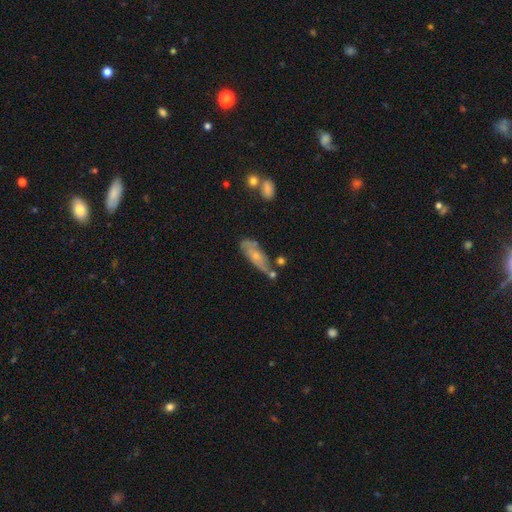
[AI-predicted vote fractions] Smooth or featured: featured or disk — 48% (smooth — 45%)
Merging: none — 46% (minor disturbance — 30%)